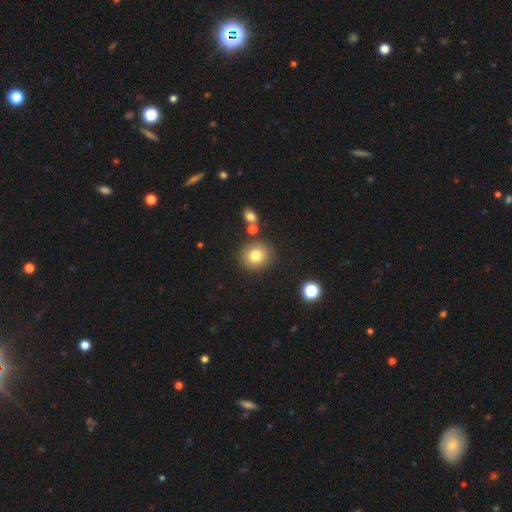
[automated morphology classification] smooth-or-featured: smooth: 80% | star or artifact: 11% | featured or disk: 9%
  how-rounded: round: 89% | in between: 10% | cigar-shaped: 1%
  merging: none: 83% | minor disturbance: 8% | merger: 7% | major disturbance: 3%